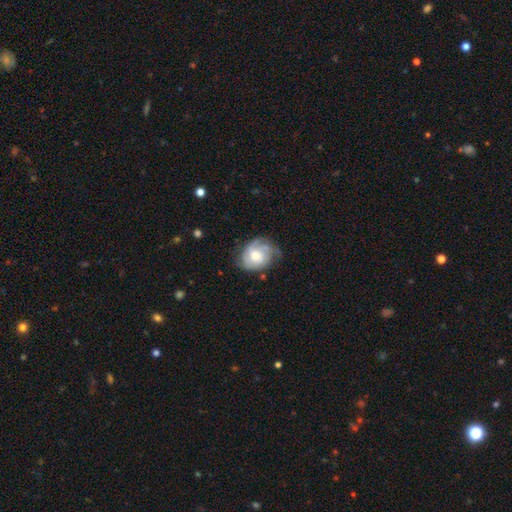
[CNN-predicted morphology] Q: Smooth or featured?
A: featured or disk (73%); runner-up: smooth (21%)
Q: Edge-on disk?
A: no (97%); runner-up: yes (3%)
Q: Bar?
A: no (73%); runner-up: weak (23%)
Q: Spiral arms?
A: yes (91%); runner-up: no (9%)
Q: Spiral winding?
A: tight (57%); runner-up: medium (32%)
Q: Spiral arm count?
A: can't tell (30%); runner-up: 3 (29%)
Q: Bulge size?
A: moderate (62%); runner-up: small (31%)
Q: Merging?
A: none (63%); runner-up: minor disturbance (25%)